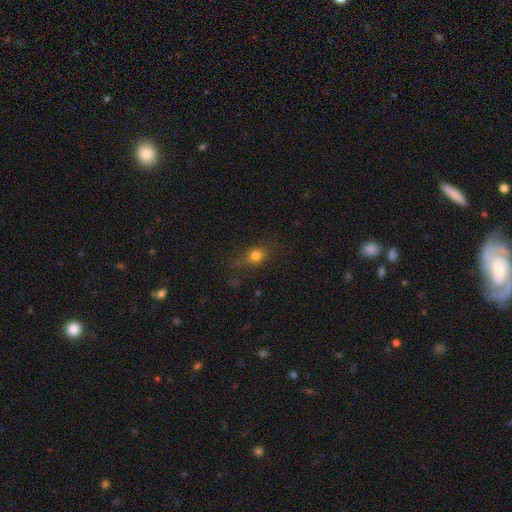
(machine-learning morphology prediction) Smooth or featured? Predicted: smooth (p=0.75). How rounded? Predicted: round (p=0.57). Merging? Predicted: none (p=0.68).